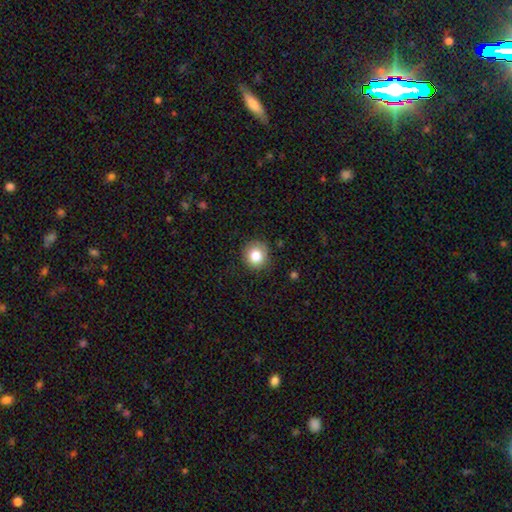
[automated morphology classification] smooth 82%, star or artifact 10%, featured or disk 8%. Down the decision tree: how rounded — round (90%); merging — none (86%).